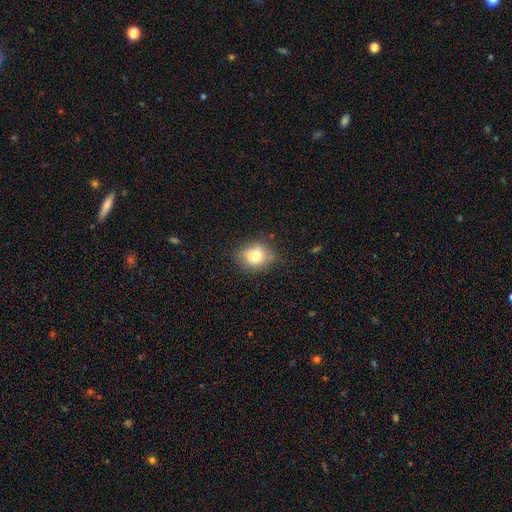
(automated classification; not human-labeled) Smooth or featured: smooth — 77% (featured or disk — 12%)
How rounded: round — 69% (in between — 30%)
Merging: none — 75% (minor disturbance — 19%)